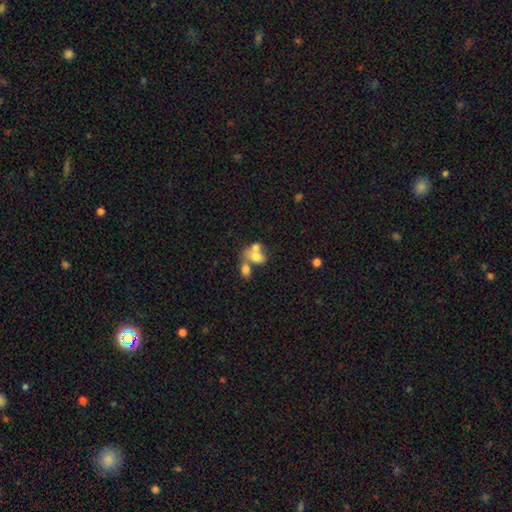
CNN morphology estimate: The model was most divided on "how rounded": in between: 65%, round: 34%, cigar-shaped: 1%. More confident: smooth or featured — smooth (67%); merging — merger (62%).